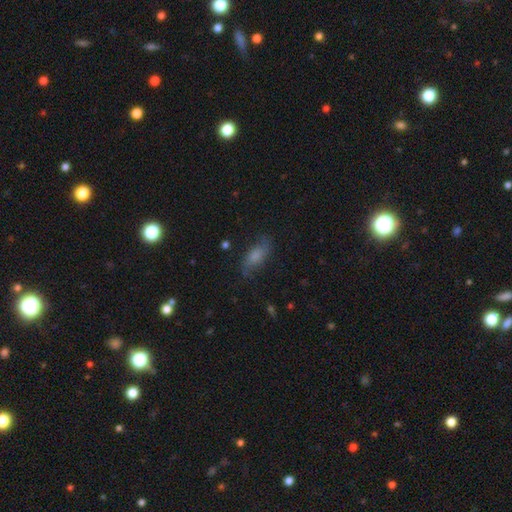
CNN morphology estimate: Overall: smooth (57%; featured or disk 32%). How rounded: in between (79%). Merging: none (69%).